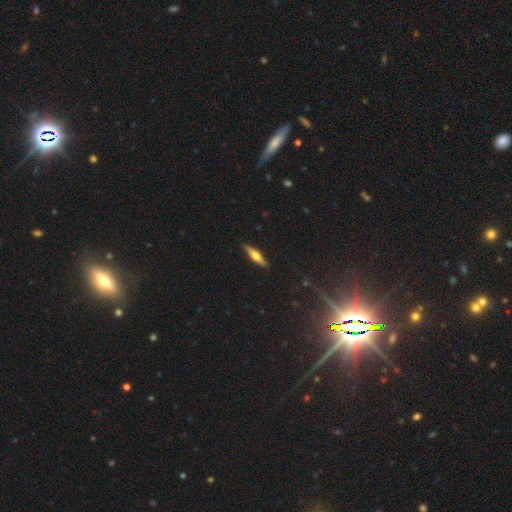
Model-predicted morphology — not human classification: A featured or disk galaxy (63%) viewed edge-on (96%) with a rounded central bulge (93%).

Vote fractions:
- Smooth or featured? featured or disk: 63% / smooth: 31% / star or artifact: 6%
- Edge-on disk? yes: 96% / no: 4%
- Edge-on bulge? rounded: 93% / boxy: 5% / none: 3%
- Merging? none: 90% / minor disturbance: 7% / major disturbance: 2% / merger: 1%